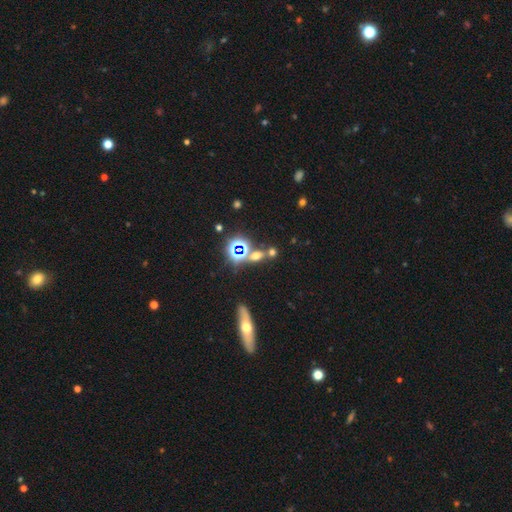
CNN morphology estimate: The model was most divided on "smooth or featured": star or artifact: 45%, smooth: 43%, featured or disk: 12%.